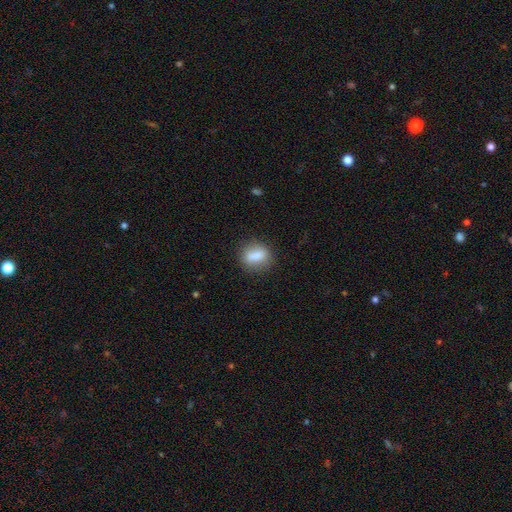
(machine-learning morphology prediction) Smooth or featured?
  - smooth: 79% *
  - featured or disk: 13%
  - star or artifact: 9%
How rounded?
  - in between: 53% *
  - round: 40%
  - cigar-shaped: 8%
Merging?
  - none: 77% *
  - minor disturbance: 15%
  - major disturbance: 5%
  - merger: 3%